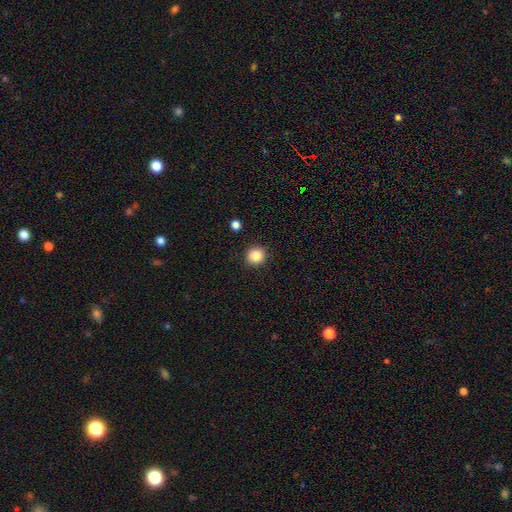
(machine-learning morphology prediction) Overall: smooth (85%). How rounded: round (91%). Merging: none (91%).